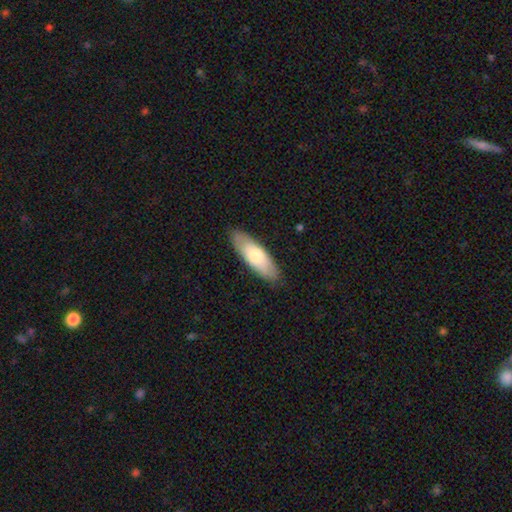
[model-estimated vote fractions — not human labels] Q: Smooth or featured?
A: smooth (66%); runner-up: featured or disk (28%)
Q: How rounded?
A: in between (61%); runner-up: cigar-shaped (37%)
Q: Merging?
A: none (87%); runner-up: minor disturbance (10%)